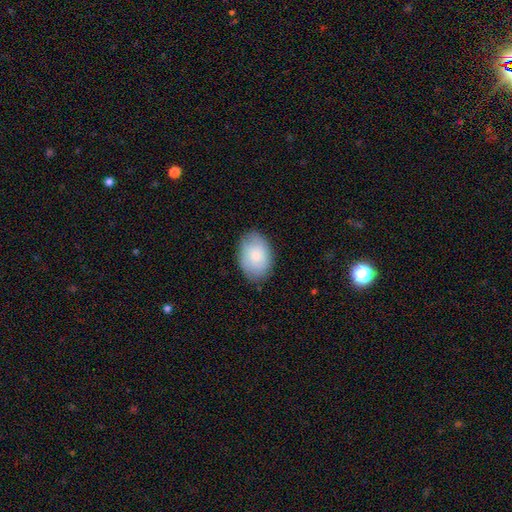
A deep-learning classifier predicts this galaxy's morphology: This appears to be a smooth galaxy with no disk features (79%) that is in between round and cigar-shaped (81%). Merging: none (82%).